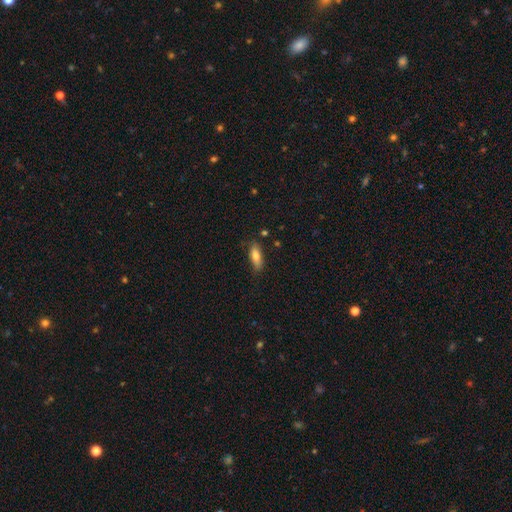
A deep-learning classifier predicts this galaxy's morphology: Overall: smooth (76%). How rounded: in between (64%; cigar-shaped 33%). Merging: none (79%).